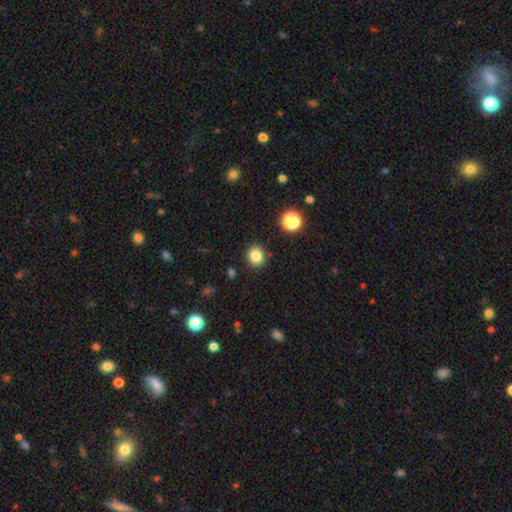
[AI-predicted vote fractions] smooth 84%, star or artifact 12%, featured or disk 5%. Down the decision tree: how rounded — round (71%); merging — none (88%).